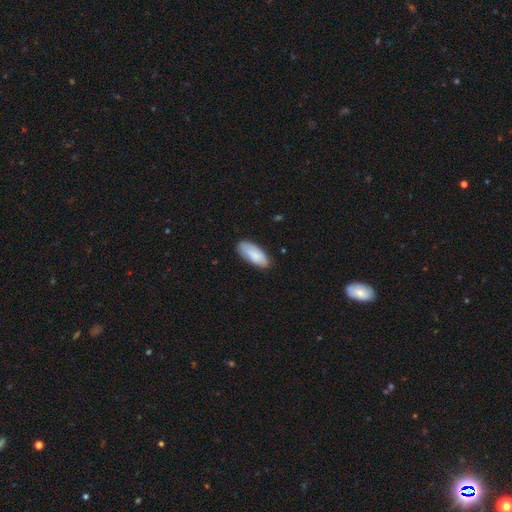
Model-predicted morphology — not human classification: Smooth or featured?
  - smooth: 84% *
  - featured or disk: 10%
  - star or artifact: 6%
How rounded?
  - in between: 84% *
  - cigar-shaped: 14%
  - round: 2%
Merging?
  - none: 79% *
  - minor disturbance: 17%
  - major disturbance: 3%
  - merger: 1%